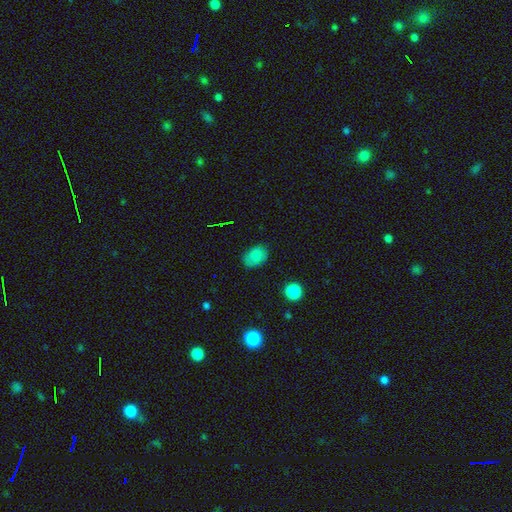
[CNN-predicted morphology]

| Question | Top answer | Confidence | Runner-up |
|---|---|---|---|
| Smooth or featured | smooth | 83% | star or artifact (11%) |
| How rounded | in between | 81% | round (18%) |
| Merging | none | 80% | minor disturbance (15%) |